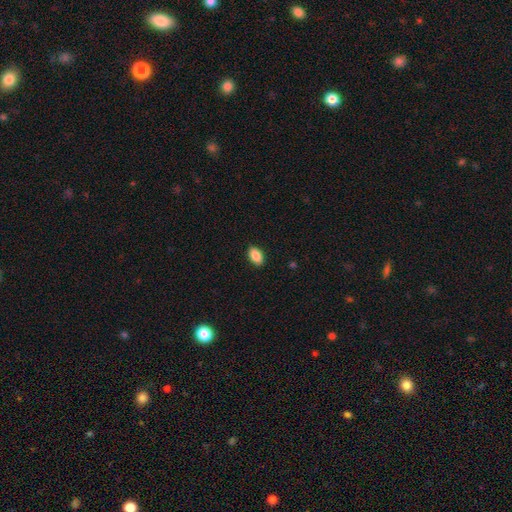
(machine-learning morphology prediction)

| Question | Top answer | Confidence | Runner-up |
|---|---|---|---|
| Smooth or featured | smooth | 88% | star or artifact (7%) |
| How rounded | in between | 92% | round (5%) |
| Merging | none | 90% | minor disturbance (8%) |